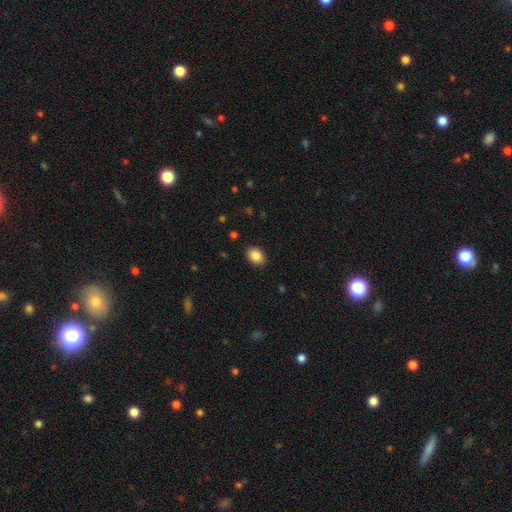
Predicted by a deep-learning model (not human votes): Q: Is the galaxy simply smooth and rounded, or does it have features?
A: smooth — 87%.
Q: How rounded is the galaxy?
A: in between — 71%.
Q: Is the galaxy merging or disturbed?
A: none — 89%.